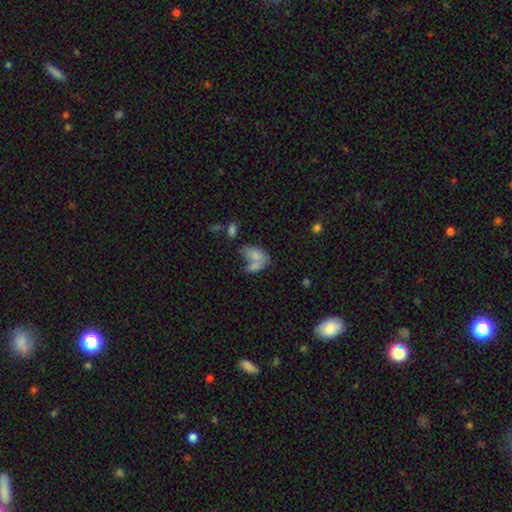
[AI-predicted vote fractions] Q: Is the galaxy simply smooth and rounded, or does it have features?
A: smooth — 76%.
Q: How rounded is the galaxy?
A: in between — 90%.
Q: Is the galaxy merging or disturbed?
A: merger — 56%.